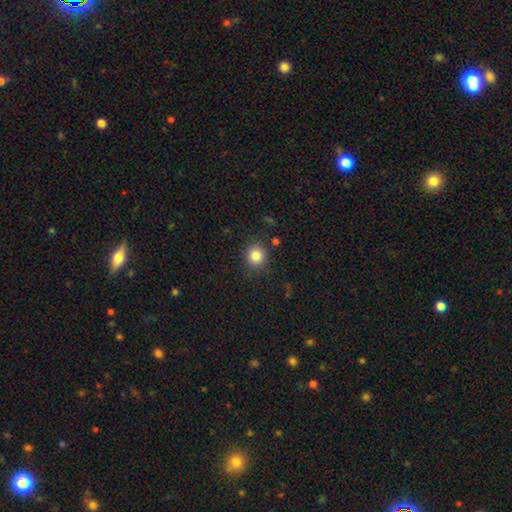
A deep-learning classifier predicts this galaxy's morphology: smooth_or_featured: smooth (p=0.84) [alt: star or artifact p=0.11]
how_rounded: round (p=0.88) [alt: in between p=0.11]
merging: none (p=0.86) [alt: minor disturbance p=0.09]